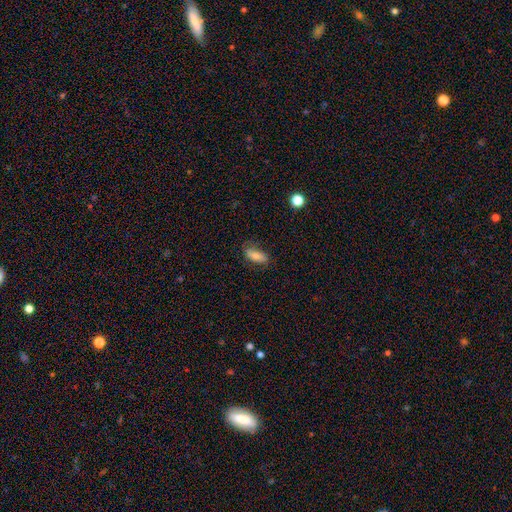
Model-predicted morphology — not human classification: Smooth or featured? smooth (71%)
How rounded? in between (81%)
Merging? none (70%)